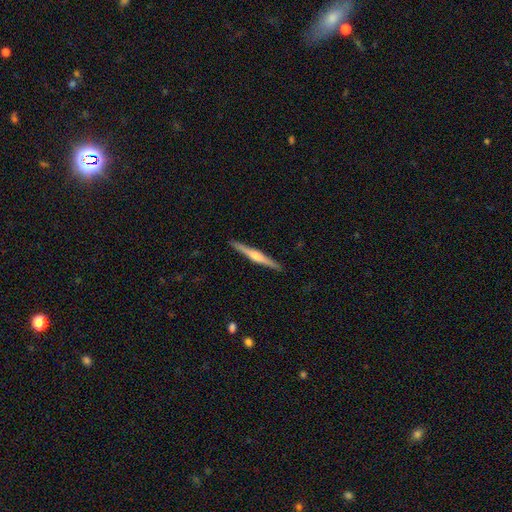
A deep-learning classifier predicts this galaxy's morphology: type=featured or disk (73%); edge-on=yes (98%); edge-on bulge=rounded (86%); merging=none (92%).